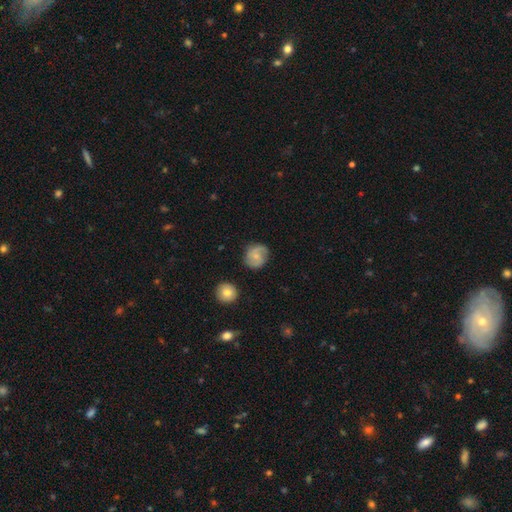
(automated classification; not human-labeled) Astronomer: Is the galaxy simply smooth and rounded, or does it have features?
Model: featured or disk — 58% (runner-up: smooth, 35%).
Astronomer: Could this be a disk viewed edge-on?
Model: no — 98%.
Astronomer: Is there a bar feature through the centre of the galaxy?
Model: no — 58% (runner-up: weak, 37%).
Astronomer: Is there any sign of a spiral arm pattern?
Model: yes — 91%.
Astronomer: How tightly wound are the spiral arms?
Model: medium — 49% (runner-up: tight, 27%).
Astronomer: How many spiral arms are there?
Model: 2 — 77%.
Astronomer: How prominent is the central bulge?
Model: small — 60%.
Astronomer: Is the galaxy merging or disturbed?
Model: none — 78%.